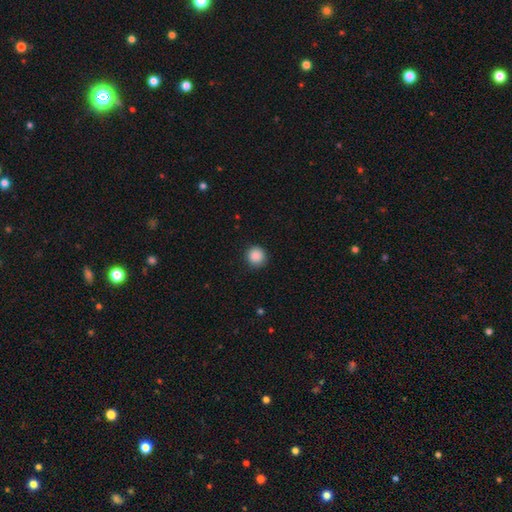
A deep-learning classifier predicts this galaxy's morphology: Q: Smooth or featured?
A: smooth (88%); runner-up: star or artifact (9%)
Q: How rounded?
A: round (94%); runner-up: in between (5%)
Q: Merging?
A: none (89%); runner-up: minor disturbance (8%)